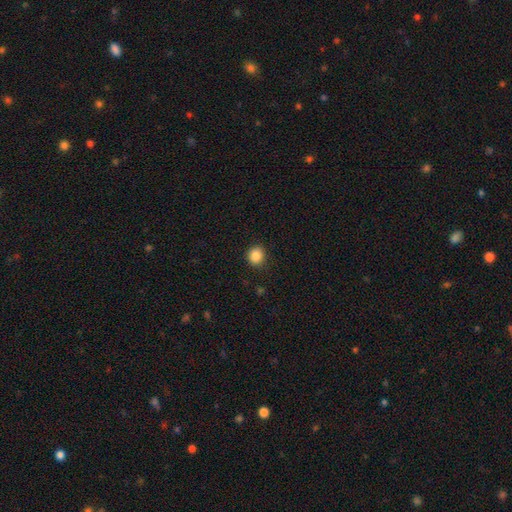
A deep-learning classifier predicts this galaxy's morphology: Smooth or featured?
  - smooth: 87% *
  - star or artifact: 10%
  - featured or disk: 3%
How rounded?
  - round: 79% *
  - in between: 20%
  - cigar-shaped: 1%
Merging?
  - none: 89% *
  - minor disturbance: 8%
  - major disturbance: 2%
  - merger: 1%